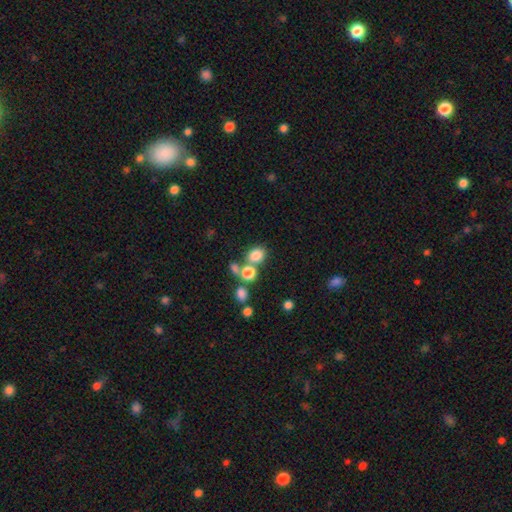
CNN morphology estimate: Smooth or featured?
  - smooth: 79% *
  - star or artifact: 13%
  - featured or disk: 8%
How rounded?
  - round: 60% *
  - in between: 39%
  - cigar-shaped: 1%
Merging?
  - none: 58% *
  - merger: 27%
  - minor disturbance: 10%
  - major disturbance: 5%